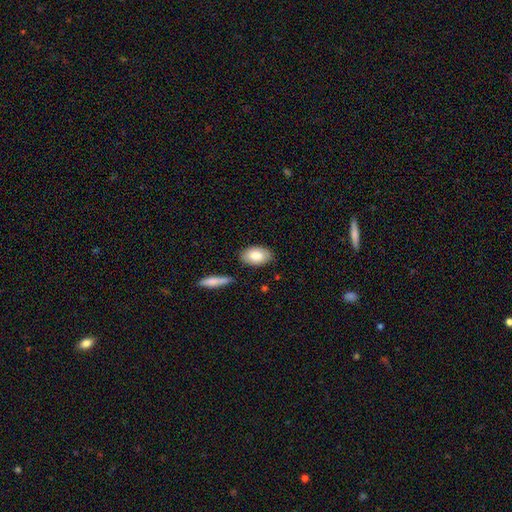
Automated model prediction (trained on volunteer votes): A smooth galaxy with no disk features (80%) that is in between round and cigar-shaped (91%).

Vote fractions:
- Smooth or featured? smooth: 80% / featured or disk: 14% / star or artifact: 6%
- How rounded? in between: 91% / round: 7% / cigar-shaped: 2%
- Merging? none: 82% / minor disturbance: 13% / merger: 3% / major disturbance: 3%